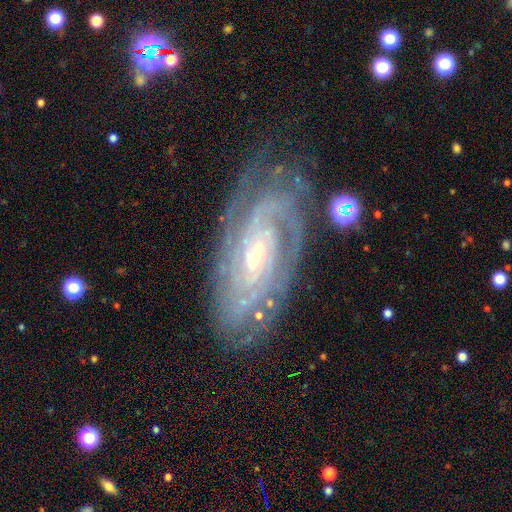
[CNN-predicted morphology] The model was most divided on "spiral arm count": can't tell: 26%, 2: 24%, 3: 22%, 4: 16%, more than 4: 7%, 1: 6%. Remaining: spiral arms — yes (98%); edge-on disk — no (94%); smooth or featured — featured or disk (89%); spiral winding — tight (76%); merging — none (74%); bulge size — small (66%); bar — no (45%).